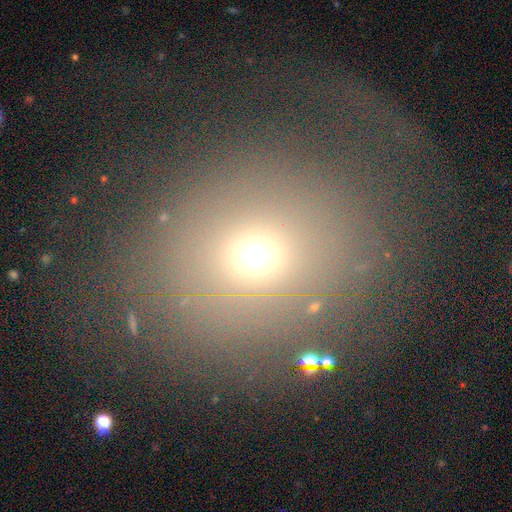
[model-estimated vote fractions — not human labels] Smooth or featured?
  - smooth: 63% *
  - star or artifact: 20%
  - featured or disk: 17%
How rounded?
  - round: 71% *
  - in between: 28%
  - cigar-shaped: 2%
Merging?
  - none: 60% *
  - major disturbance: 19%
  - minor disturbance: 15%
  - merger: 6%